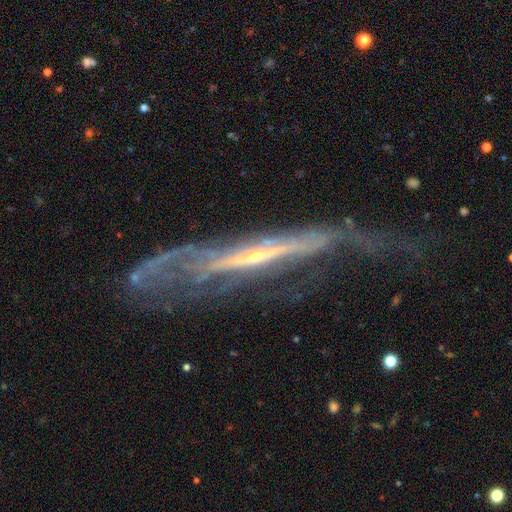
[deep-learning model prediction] A featured or disk galaxy (81%) viewed edge-on (63%) with a rounded central bulge (55%).

Vote fractions:
- Smooth or featured? featured or disk: 81% / smooth: 11% / star or artifact: 8%
- Edge-on disk? yes: 63% / no: 37%
- Edge-on bulge? rounded: 55% / none: 39% / boxy: 6%
- Merging? none: 38% / major disturbance: 35% / minor disturbance: 23% / merger: 3%